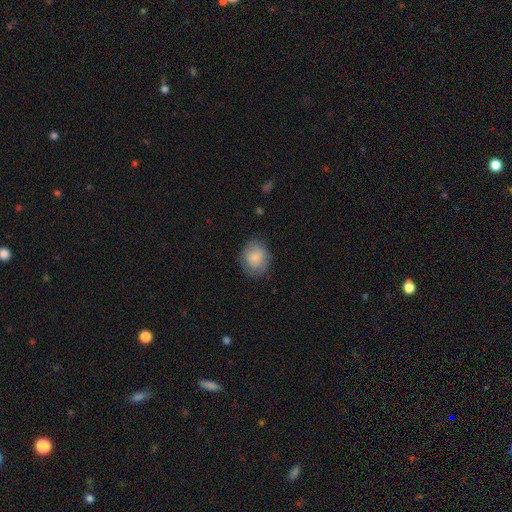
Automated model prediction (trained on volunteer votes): smooth 77%, featured or disk 16%, star or artifact 7%. Down the decision tree: how rounded — round (60%); merging — none (73%).